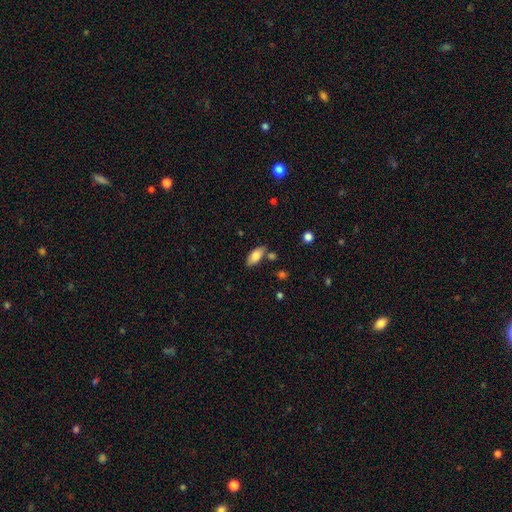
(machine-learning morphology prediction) The model was most divided on "merging": none: 74%, minor disturbance: 15%, merger: 8%, major disturbance: 3%. More confident: how rounded — in between (89%); smooth or featured — smooth (81%).